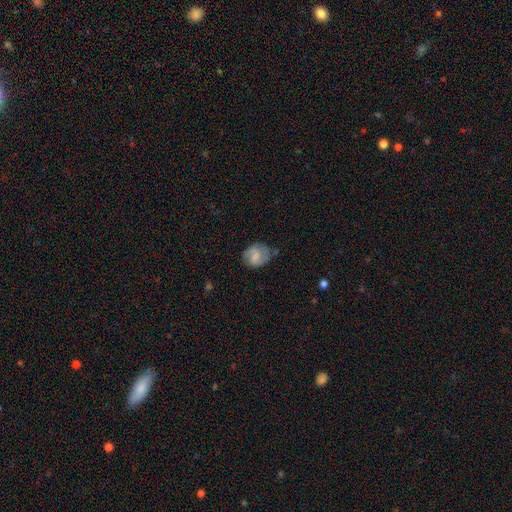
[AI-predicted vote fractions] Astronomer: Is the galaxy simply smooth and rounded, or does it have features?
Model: featured or disk — 48% (runner-up: smooth, 45%).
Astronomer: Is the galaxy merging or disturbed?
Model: none — 61%.